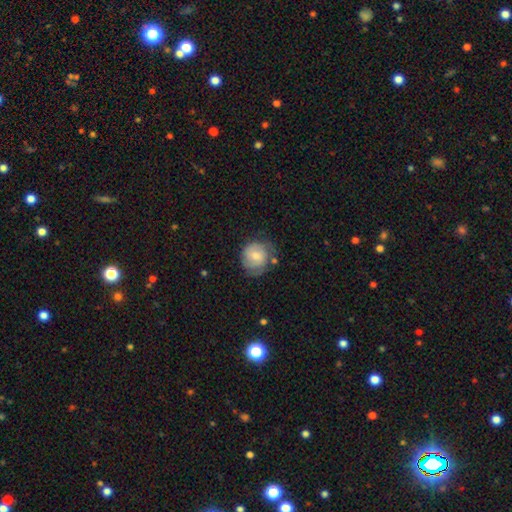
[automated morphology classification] Q: Smooth or featured?
A: smooth (58%); runner-up: featured or disk (35%)
Q: How rounded?
A: round (84%); runner-up: in between (16%)
Q: Merging?
A: none (56%); runner-up: minor disturbance (28%)